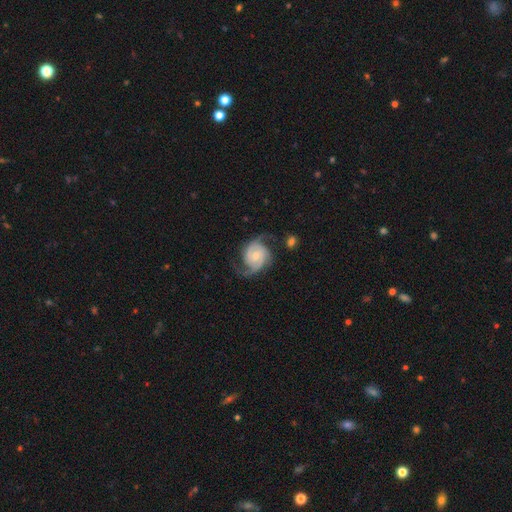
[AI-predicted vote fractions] Smooth or featured: featured or disk — 88% (smooth — 7%)
Edge-on disk: no — 98% (yes — 2%)
Bar: no — 63% (weak — 30%)
Spiral arms: yes — 97% (no — 3%)
Spiral winding: medium — 44% (tight — 37%)
Spiral arm count: 2 — 80% (3 — 9%)
Bulge size: small — 51% (moderate — 44%)
Merging: none — 66% (minor disturbance — 19%)